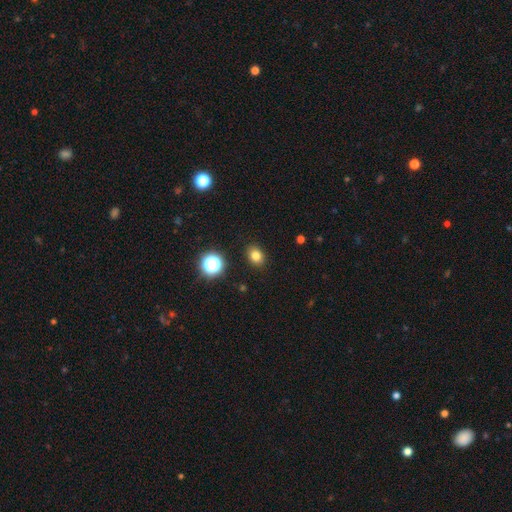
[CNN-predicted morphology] type=smooth (79%); roundness=in between (58%); merging=none (89%).